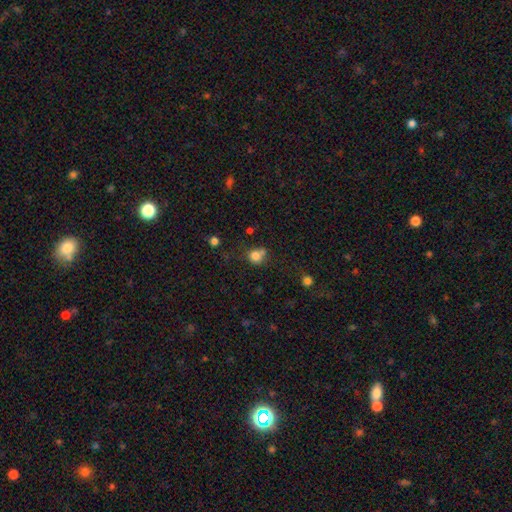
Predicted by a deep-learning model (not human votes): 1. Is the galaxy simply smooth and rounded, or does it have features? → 79% smooth, 13% star or artifact, 8% featured or disk.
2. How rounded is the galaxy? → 77% round, 22% in between, 1% cigar-shaped.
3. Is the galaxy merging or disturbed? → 48% none, 24% merger, 19% minor disturbance, 9% major disturbance.